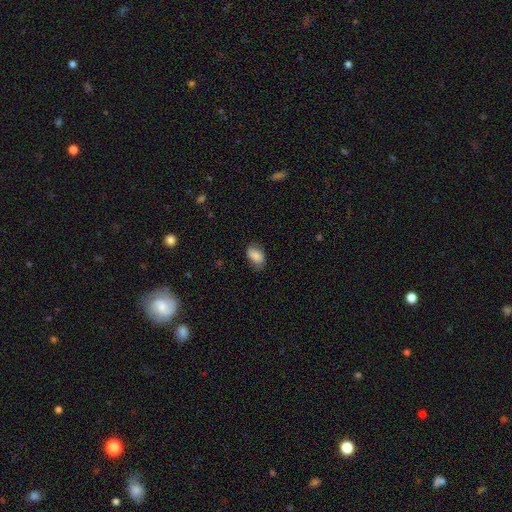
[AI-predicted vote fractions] Morphology: type=smooth (85%); roundness=in between (89%); merging=none (73%).